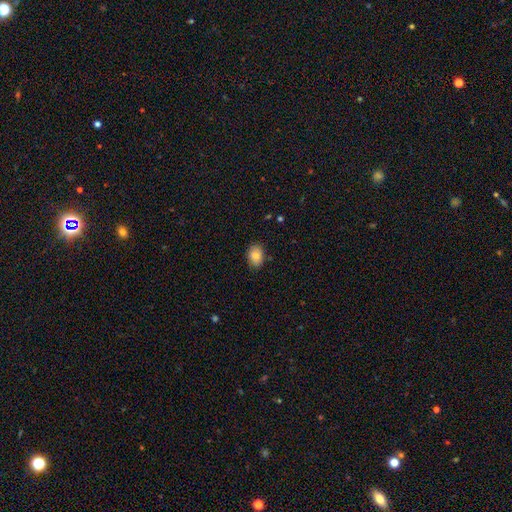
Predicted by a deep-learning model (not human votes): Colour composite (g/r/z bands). It shows a smooth galaxy with no disk features (82%) that is in between round and cigar-shaped (75%). Merging: none (83%).